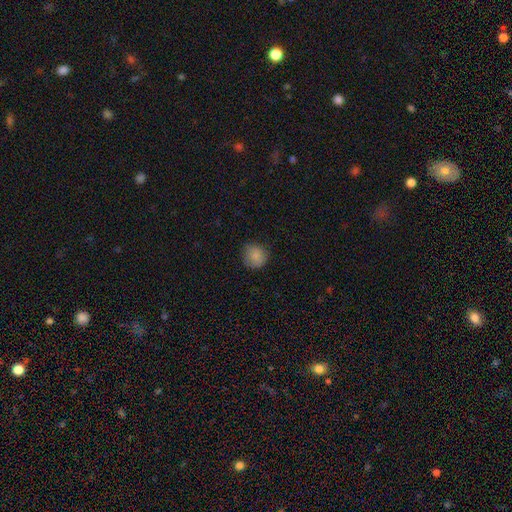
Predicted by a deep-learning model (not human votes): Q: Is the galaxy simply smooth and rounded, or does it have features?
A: smooth — 85%.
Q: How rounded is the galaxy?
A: round — 88%.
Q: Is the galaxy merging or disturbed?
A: none — 79%.